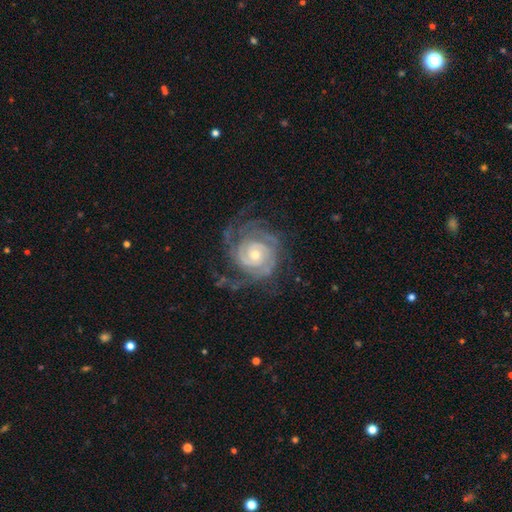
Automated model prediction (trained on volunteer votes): Q: Smooth or featured?
A: featured or disk (89%); runner-up: star or artifact (6%)
Q: Edge-on disk?
A: no (98%); runner-up: yes (2%)
Q: Bar?
A: no (67%); runner-up: weak (25%)
Q: Spiral arms?
A: yes (97%); runner-up: no (3%)
Q: Spiral winding?
A: tight (72%); runner-up: medium (23%)
Q: Spiral arm count?
A: can't tell (25%); runner-up: 2 (24%)
Q: Bulge size?
A: small (51%); runner-up: moderate (44%)
Q: Merging?
A: none (69%); runner-up: minor disturbance (17%)